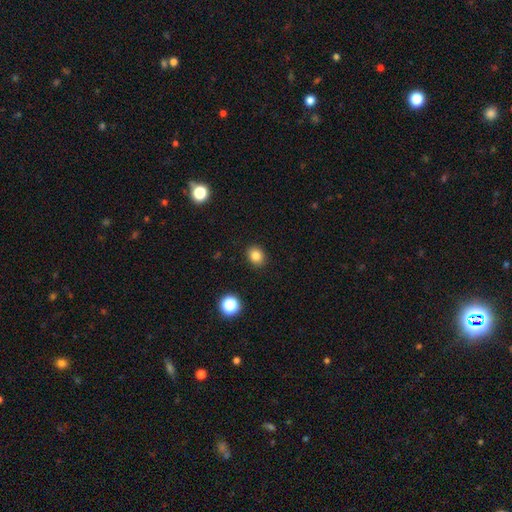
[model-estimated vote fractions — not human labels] Morphology: type=smooth (83%); roundness=round (63%); merging=none (90%).